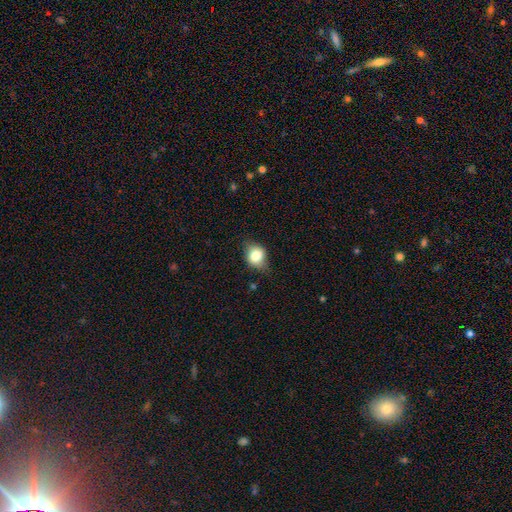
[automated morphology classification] Overall: smooth (78%). How rounded: round (53%; in between 46%). Merging: none (66%; minor disturbance 26%).